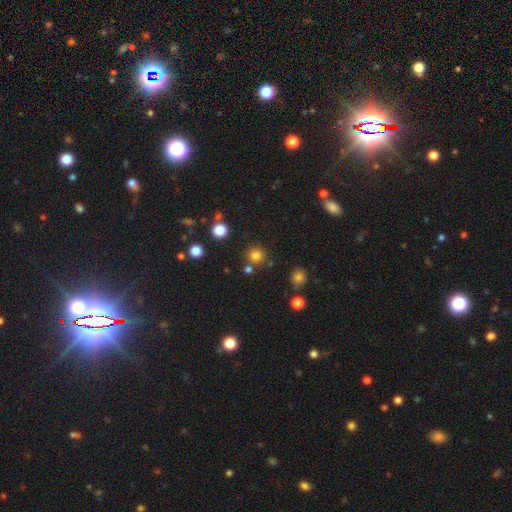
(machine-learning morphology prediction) smooth-or-featured: smooth: 80% | star or artifact: 16% | featured or disk: 5%
  how-rounded: round: 93% | in between: 6% | cigar-shaped: 1%
  merging: none: 83% | merger: 7% | minor disturbance: 7% | major disturbance: 3%